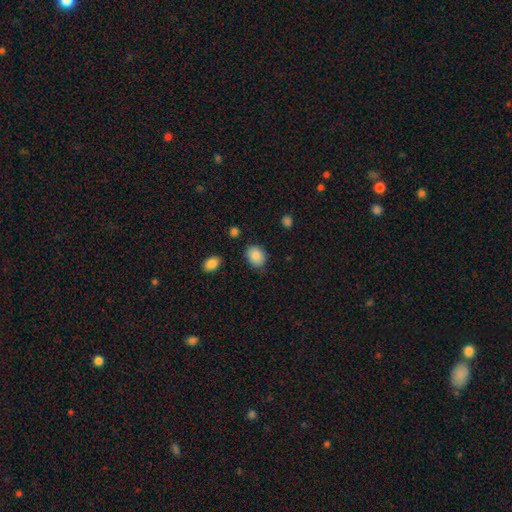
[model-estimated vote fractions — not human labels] Smooth or featured?
  - smooth: 86% *
  - star or artifact: 8%
  - featured or disk: 6%
How rounded?
  - in between: 55% *
  - round: 44%
  - cigar-shaped: 1%
Merging?
  - none: 81% *
  - minor disturbance: 14%
  - major disturbance: 3%
  - merger: 2%